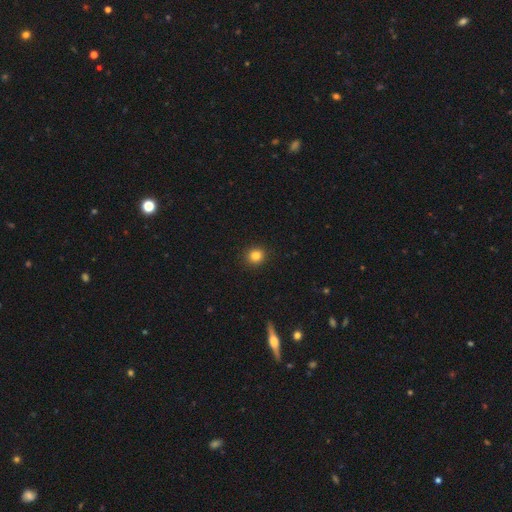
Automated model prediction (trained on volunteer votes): Smooth or featured? Predicted: smooth (p=0.83). How rounded? Predicted: round (p=0.91). Merging? Predicted: none (p=0.93).